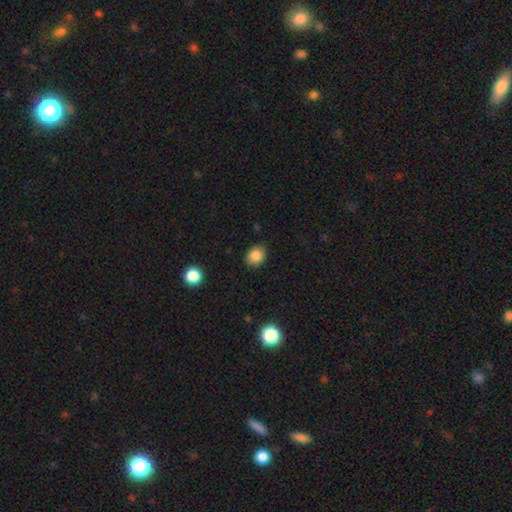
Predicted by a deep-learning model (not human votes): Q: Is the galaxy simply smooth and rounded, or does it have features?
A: smooth — 85%.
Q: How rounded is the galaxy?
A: in between — 57%.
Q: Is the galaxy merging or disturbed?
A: none — 84%.